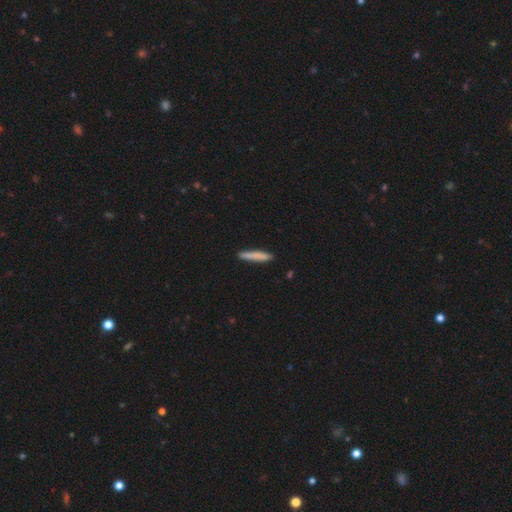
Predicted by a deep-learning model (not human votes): Q: Smooth or featured?
A: smooth (81%); runner-up: featured or disk (13%)
Q: How rounded?
A: cigar-shaped (93%); runner-up: in between (5%)
Q: Merging?
A: none (89%); runner-up: minor disturbance (8%)